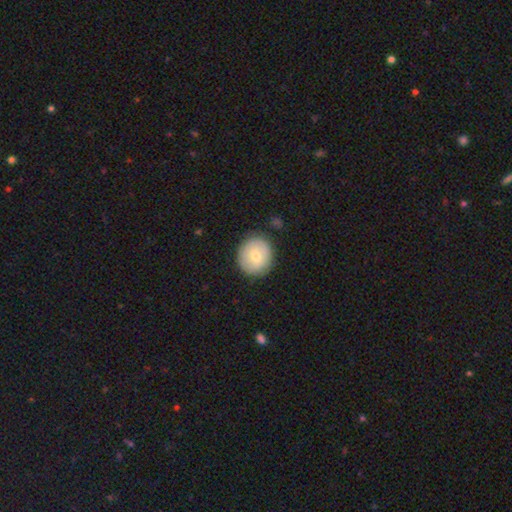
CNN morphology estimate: This is likely a smooth galaxy (64%). How rounded: clearly round (88%). Merging: clearly none (86%).